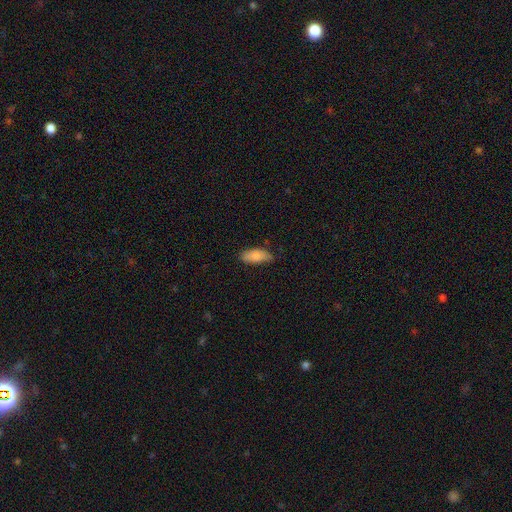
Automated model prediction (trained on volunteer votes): Q: Smooth or featured?
A: smooth (85%); runner-up: featured or disk (9%)
Q: How rounded?
A: in between (83%); runner-up: cigar-shaped (15%)
Q: Merging?
A: none (72%); runner-up: minor disturbance (23%)